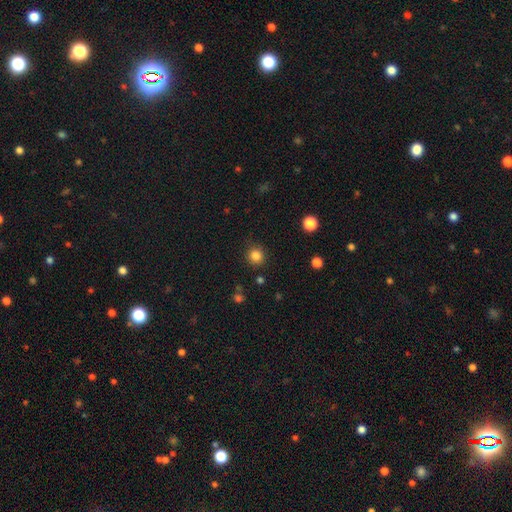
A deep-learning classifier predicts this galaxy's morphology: A smooth galaxy with no disk features (83%) that is round (92%). Merging: none (88%).